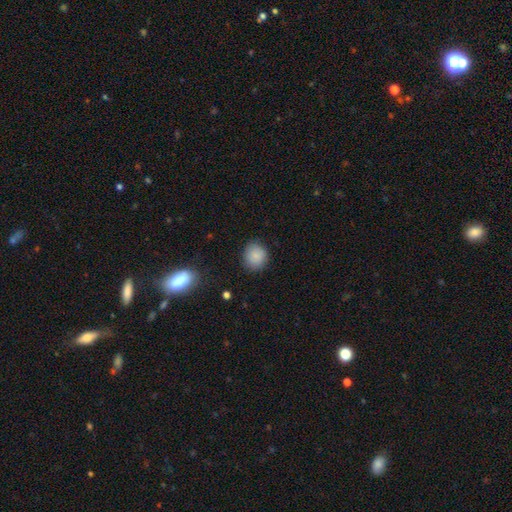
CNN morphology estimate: A smooth galaxy with no disk features (87%) that is round (82%).

Vote fractions:
- Smooth or featured? smooth: 87% / star or artifact: 9% / featured or disk: 5%
- How rounded? round: 82% / in between: 17% / cigar-shaped: 1%
- Merging? none: 85% / minor disturbance: 11% / major disturbance: 3% / merger: 1%